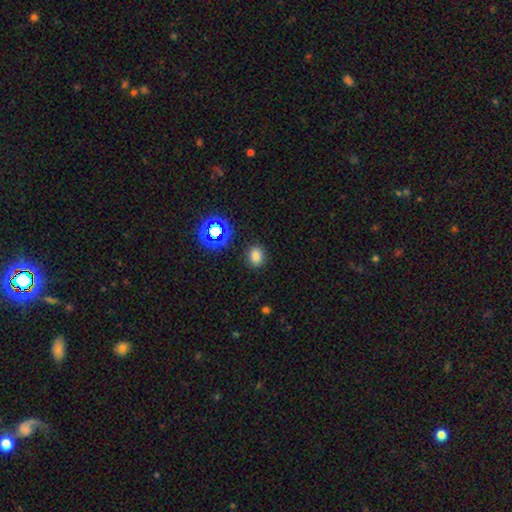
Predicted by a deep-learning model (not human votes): smooth-or-featured: smooth: 75% | star or artifact: 19% | featured or disk: 6%
  how-rounded: in between: 51% | round: 48% | cigar-shaped: 1%
  merging: none: 86% | minor disturbance: 9% | major disturbance: 3% | merger: 2%